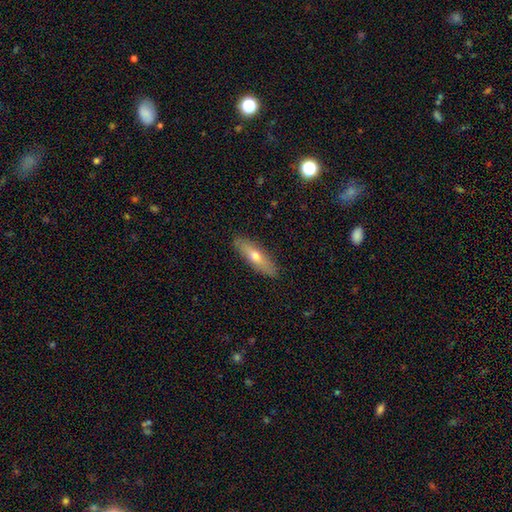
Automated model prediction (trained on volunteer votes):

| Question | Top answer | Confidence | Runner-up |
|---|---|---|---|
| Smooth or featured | smooth | 57% | featured or disk (37%) |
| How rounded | cigar-shaped | 62% | in between (35%) |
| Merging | none | 89% | minor disturbance (8%) |